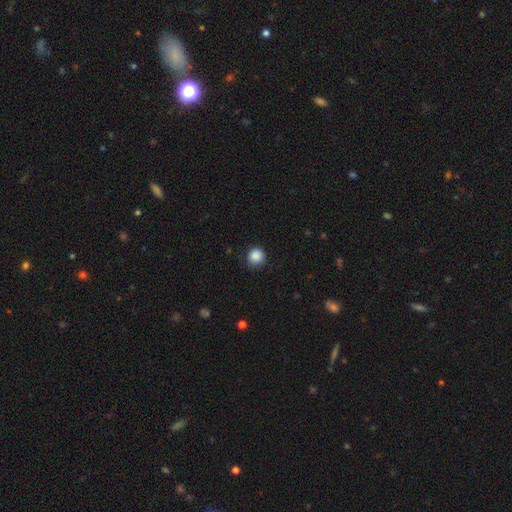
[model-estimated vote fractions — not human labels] Smooth or featured? Predicted: smooth (p=0.88). How rounded? Predicted: round (p=0.92). Merging? Predicted: none (p=0.84).